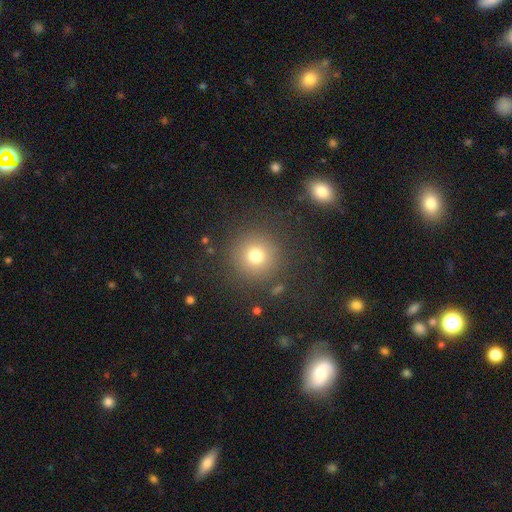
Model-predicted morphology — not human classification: Smooth or featured? Predicted: smooth (p=0.75). How rounded? Predicted: round (p=0.95). Merging? Predicted: none (p=0.86).